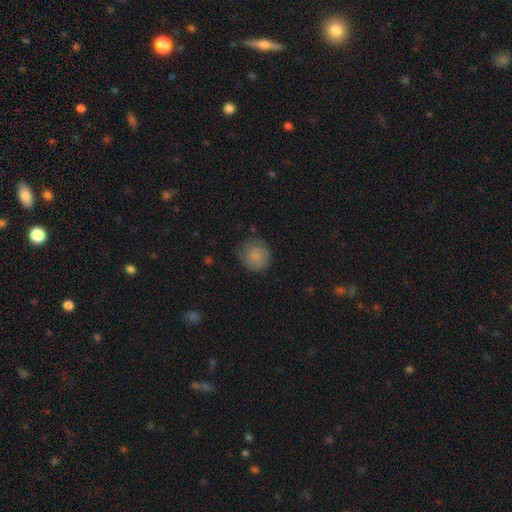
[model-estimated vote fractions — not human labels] This is likely a smooth galaxy (73%). How rounded: clearly round (85%). Merging: likely none (69%).